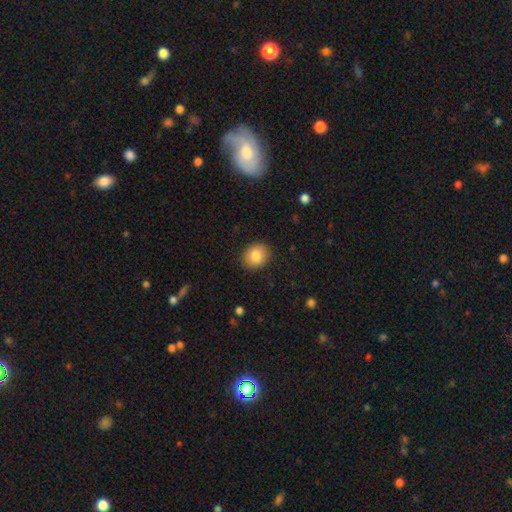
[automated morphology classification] Q: Smooth or featured?
A: smooth (82%); runner-up: featured or disk (9%)
Q: How rounded?
A: round (66%); runner-up: in between (33%)
Q: Merging?
A: none (90%); runner-up: minor disturbance (7%)